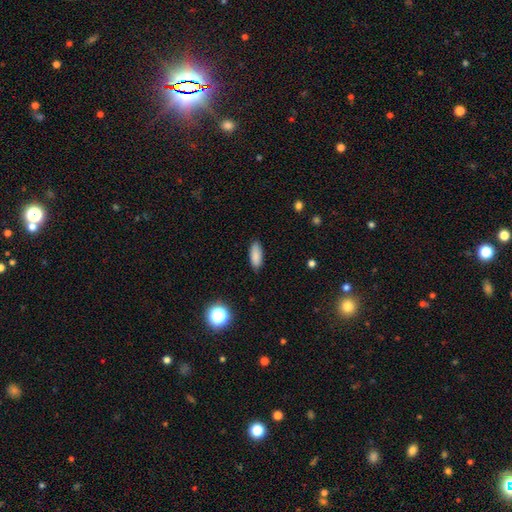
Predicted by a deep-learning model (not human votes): This appears to be a smooth galaxy with no disk features (87%) that is in between round and cigar-shaped (76%). Merging: none (87%).